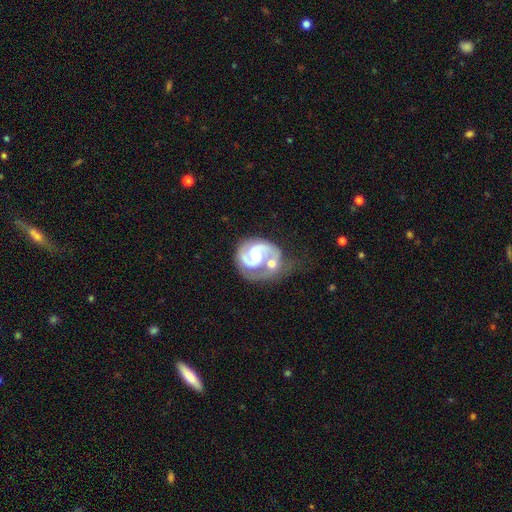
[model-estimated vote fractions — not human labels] featured or disk 88%, smooth 7%, star or artifact 5%. Down the decision tree: edge-on disk — no (98%); bar — no (46%); spiral arms — yes (97%); spiral arm count — 2 (88%); spiral winding — medium (54%); bulge size — moderate (50%); merging — merger (44%).